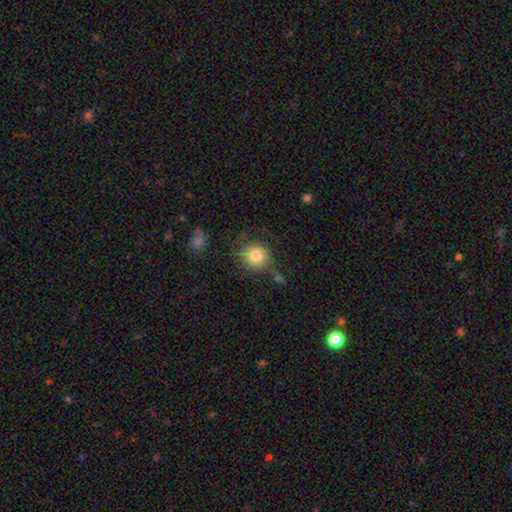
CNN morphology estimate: Smooth or featured? smooth (80%)
How rounded? round (90%)
Merging? none (65%)